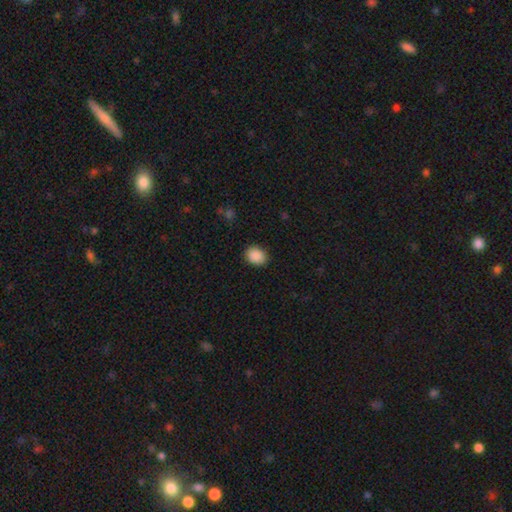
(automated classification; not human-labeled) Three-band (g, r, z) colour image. It shows a smooth galaxy with no disk features (89%) that is in between round and cigar-shaped (53%). Merging: none (89%).